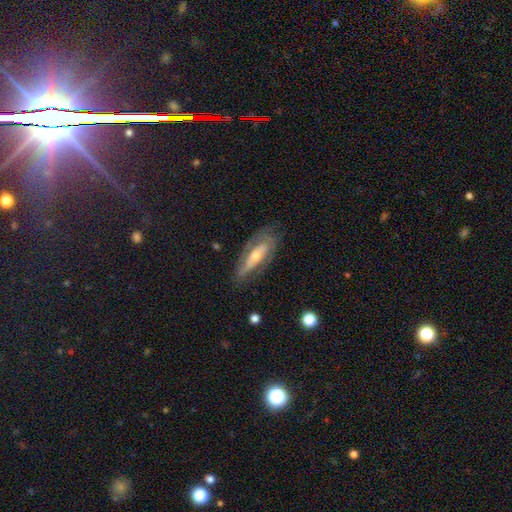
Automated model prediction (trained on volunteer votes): This is likely a featured or disk galaxy (66%). It is likely not viewed edge-on (75%). Merging: likely none (69%).